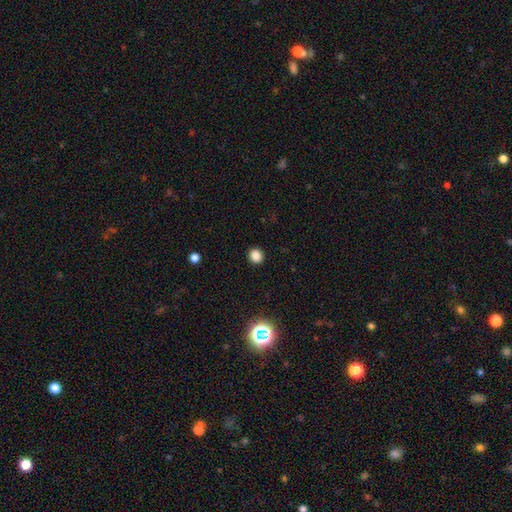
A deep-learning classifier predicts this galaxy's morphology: Smooth or featured?
  - smooth: 84% *
  - star or artifact: 13%
  - featured or disk: 3%
How rounded?
  - round: 79% *
  - in between: 20%
  - cigar-shaped: 1%
Merging?
  - none: 91% *
  - minor disturbance: 6%
  - major disturbance: 2%
  - merger: 1%